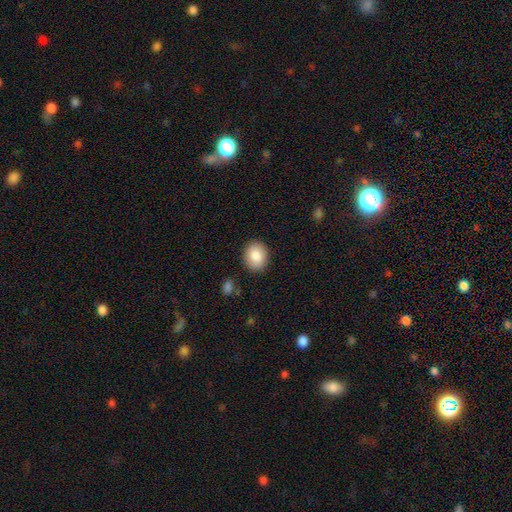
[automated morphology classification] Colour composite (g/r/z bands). It shows a smooth galaxy with no disk features (86%) that is round (50%). Merging: none (88%).